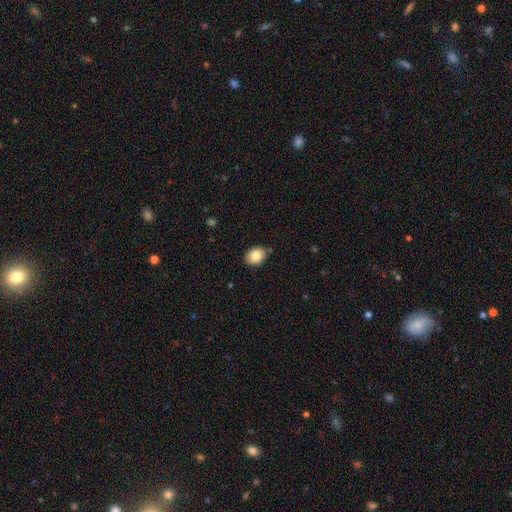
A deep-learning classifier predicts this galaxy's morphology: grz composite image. It shows a smooth galaxy with no disk features (82%) that is in between round and cigar-shaped (65%). Merging: none (85%).